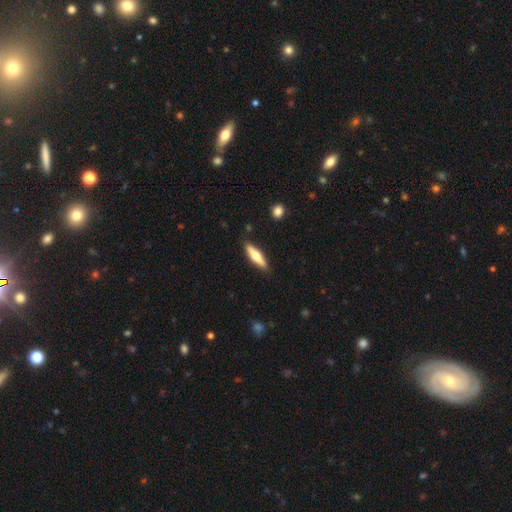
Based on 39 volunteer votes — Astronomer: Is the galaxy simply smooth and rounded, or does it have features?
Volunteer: smooth — 64%.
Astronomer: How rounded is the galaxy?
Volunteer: cigar-shaped — 76%.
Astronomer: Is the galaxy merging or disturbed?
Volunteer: none — 84%.